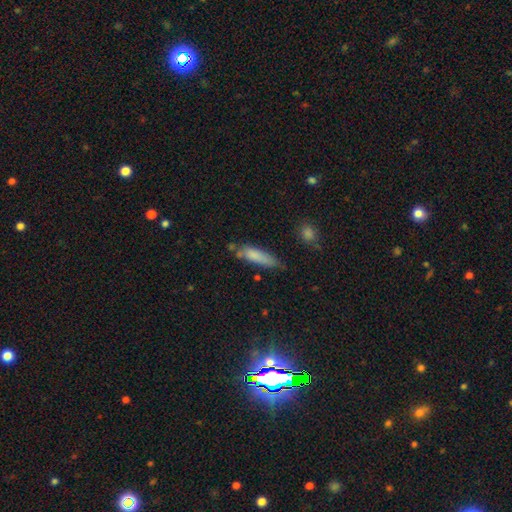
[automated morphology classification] smooth_or_featured: smooth (p=0.79) [alt: featured or disk p=0.13]
how_rounded: cigar-shaped (p=0.64) [alt: in between p=0.34]
merging: none (p=0.56) [alt: minor disturbance p=0.28]